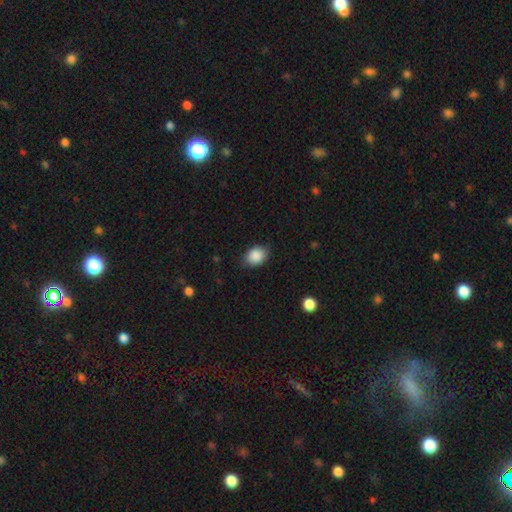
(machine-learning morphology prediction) type=smooth (88%); roundness=in between (65%); merging=none (80%).